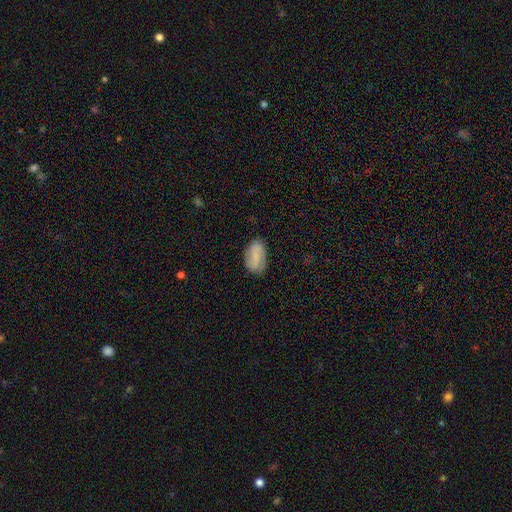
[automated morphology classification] This appears to be a smooth galaxy with no disk features (59%) that is in between round and cigar-shaped (92%). Merging: none (78%).